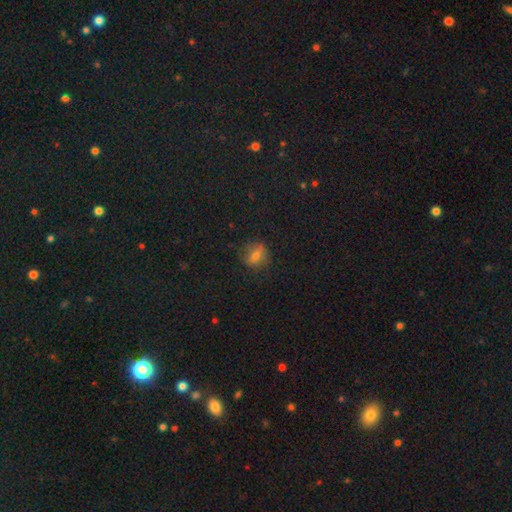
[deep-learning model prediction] The model was most divided on "how rounded": round: 67%, in between: 31%, cigar-shaped: 2%. More confident: merging — none (76%); smooth or featured — smooth (69%).